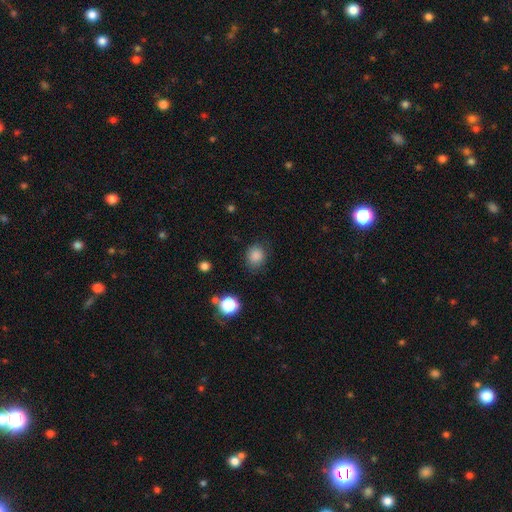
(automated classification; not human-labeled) This is clearly a smooth galaxy (85%). How rounded: likely round (78%). Merging: clearly none (81%).